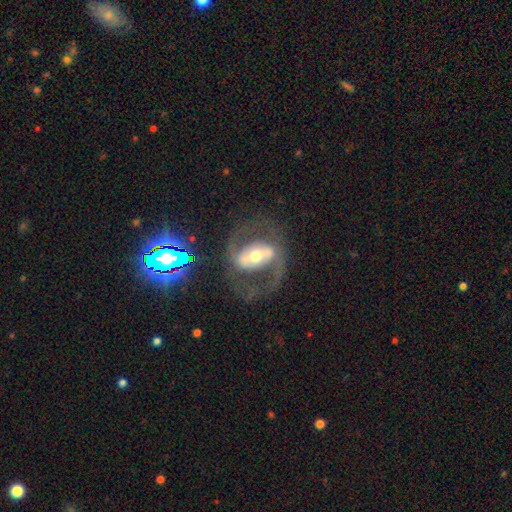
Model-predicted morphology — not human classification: The model was most divided on "bar": strong: 56%, weak: 28%, no: 17%. More confident: edge-on disk — no (96%); spiral arm count — 2 (90%); spiral arms — yes (88%); smooth or featured — featured or disk (84%); merging — none (70%); bulge size — moderate (64%); spiral winding — medium (56%).